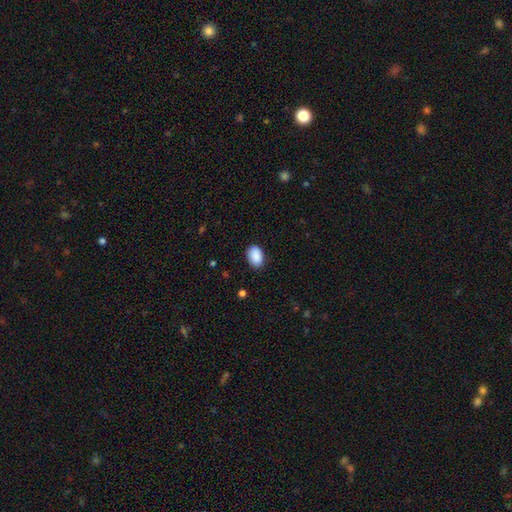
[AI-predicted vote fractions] smooth-or-featured: smooth: 90% | star or artifact: 7% | featured or disk: 3%
  how-rounded: in between: 87% | round: 12% | cigar-shaped: 1%
  merging: none: 85% | minor disturbance: 12% | major disturbance: 2% | merger: 1%